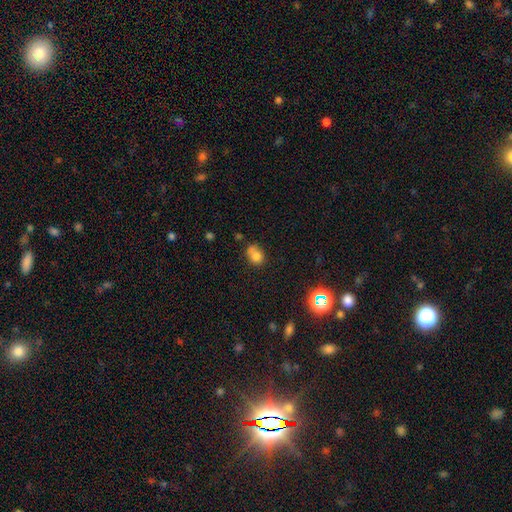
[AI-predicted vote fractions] Smooth or featured? Predicted: smooth (p=0.74). How rounded? Predicted: round (p=0.55). Merging? Predicted: none (p=0.41).